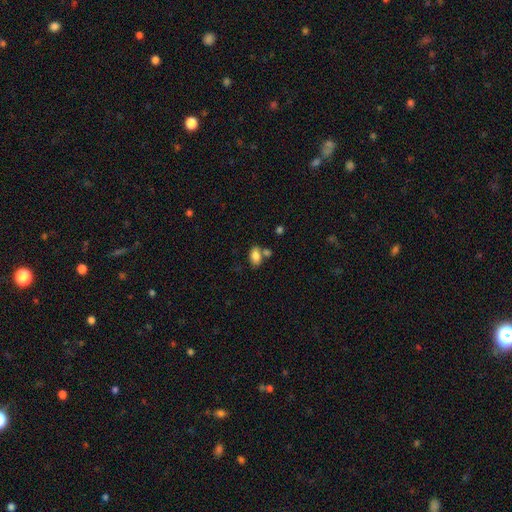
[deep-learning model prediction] A smooth galaxy with no disk features (83%) that is in between round and cigar-shaped (88%). Merging: none (56%).